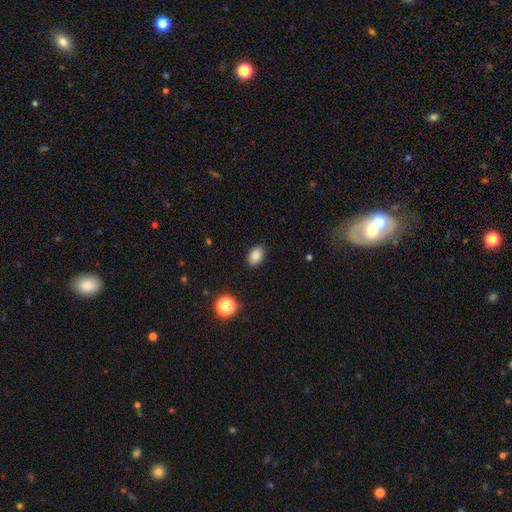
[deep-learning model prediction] Smooth or featured: smooth — 85% (star or artifact — 10%)
How rounded: in between — 88% (round — 11%)
Merging: none — 86% (minor disturbance — 10%)